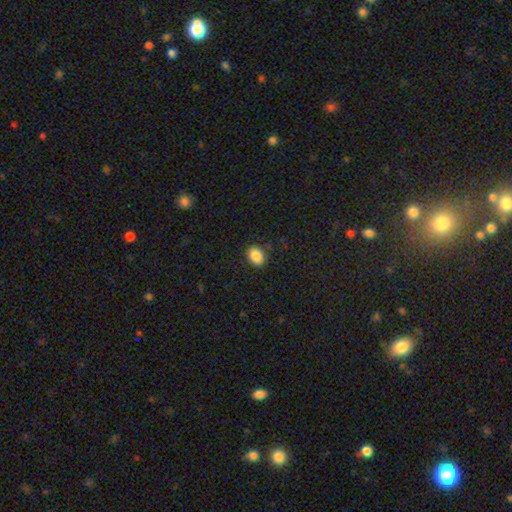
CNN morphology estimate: Overall: smooth (87%). How rounded: in between (66%; round 33%). Merging: none (84%).